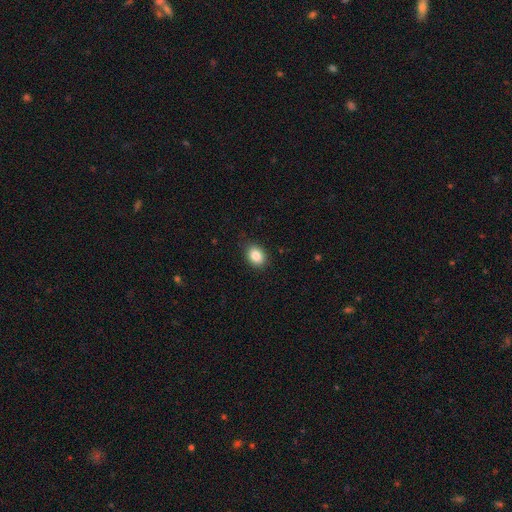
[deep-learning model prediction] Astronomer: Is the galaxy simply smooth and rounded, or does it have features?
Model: smooth — 85%.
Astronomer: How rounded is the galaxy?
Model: in between — 66%.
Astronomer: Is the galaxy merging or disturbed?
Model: none — 87%.